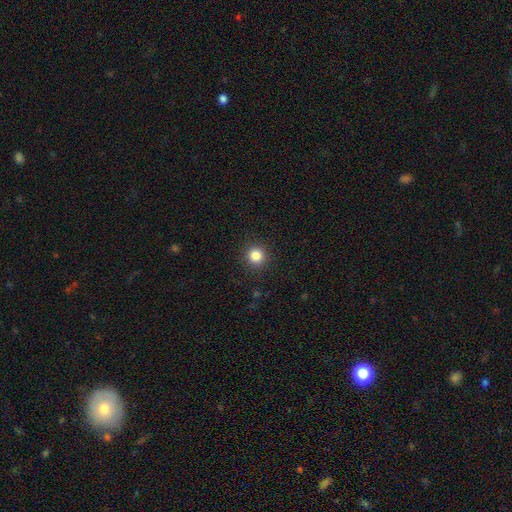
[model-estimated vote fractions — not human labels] Morphology: type=smooth (84%); roundness=round (94%); merging=none (91%).